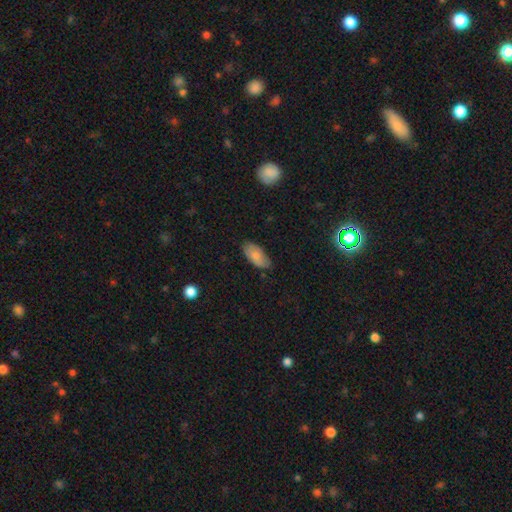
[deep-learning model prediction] The model was most divided on "merging": none: 74%, minor disturbance: 21%, major disturbance: 3%, merger: 1%. More confident: how rounded — in between (93%); smooth or featured — smooth (78%).